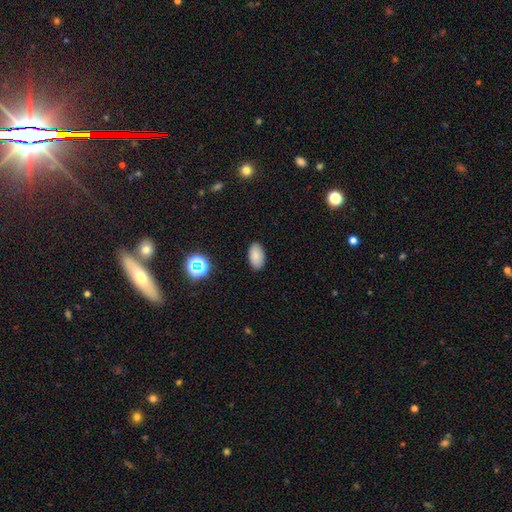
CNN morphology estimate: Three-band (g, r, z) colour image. It shows a smooth galaxy with no disk features (83%) that is in between round and cigar-shaped (94%). Merging: none (88%).